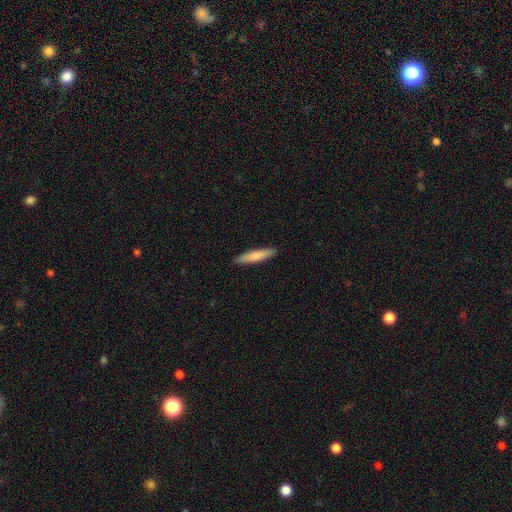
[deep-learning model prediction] smooth-or-featured: smooth: 80% | featured or disk: 15% | star or artifact: 5%
  how-rounded: cigar-shaped: 87% | in between: 12% | round: 1%
  merging: none: 90% | minor disturbance: 7% | major disturbance: 1% | merger: 1%